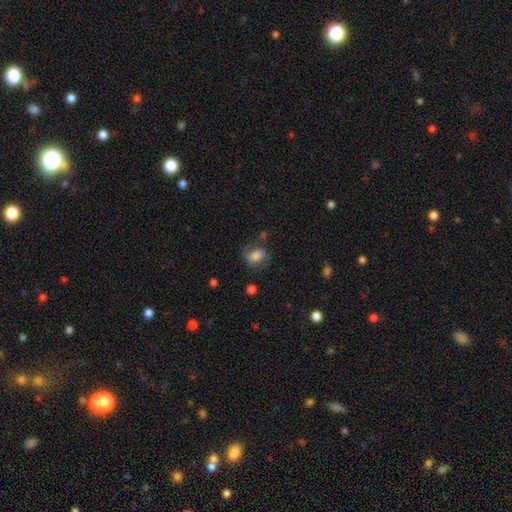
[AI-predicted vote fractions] Smooth or featured?
  - smooth: 71% *
  - featured or disk: 20%
  - star or artifact: 9%
How rounded?
  - in between: 63% *
  - round: 35%
  - cigar-shaped: 1%
Merging?
  - none: 58% *
  - minor disturbance: 24%
  - major disturbance: 14%
  - merger: 4%